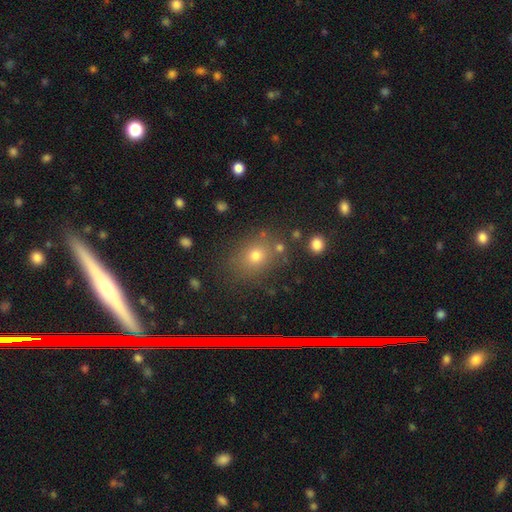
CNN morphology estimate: This is likely a smooth galaxy (69%). How rounded: likely round (64%). Merging: likely none (79%).